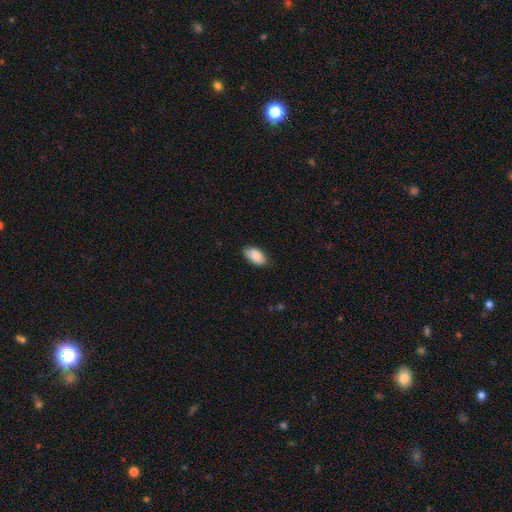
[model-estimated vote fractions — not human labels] smooth_or_featured: smooth (p=0.89) [alt: star or artifact p=0.06]
how_rounded: in between (p=0.95) [alt: round p=0.03]
merging: none (p=0.81) [alt: minor disturbance p=0.15]